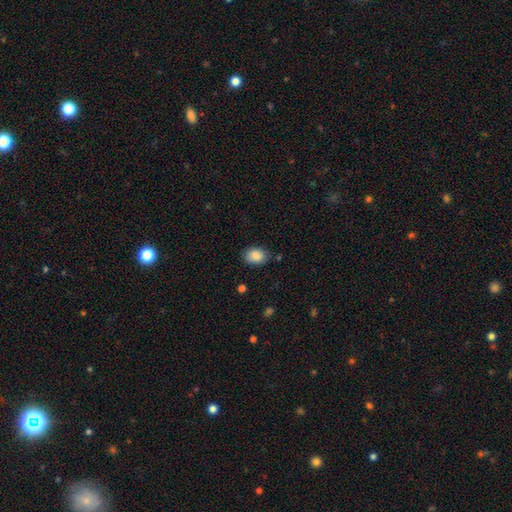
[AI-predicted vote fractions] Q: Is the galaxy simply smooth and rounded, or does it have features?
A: smooth — 88%.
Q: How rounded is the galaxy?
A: in between — 74%.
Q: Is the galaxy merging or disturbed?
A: none — 80%.